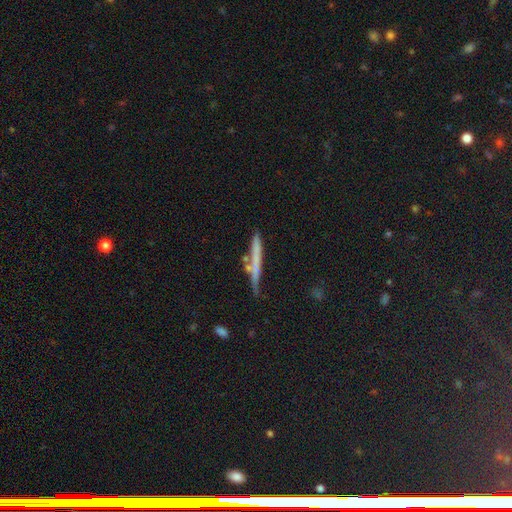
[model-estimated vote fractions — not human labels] Q: Smooth or featured?
A: smooth (52%); runner-up: featured or disk (40%)
Q: How rounded?
A: cigar-shaped (95%); runner-up: in between (3%)
Q: Merging?
A: none (73%); runner-up: minor disturbance (15%)